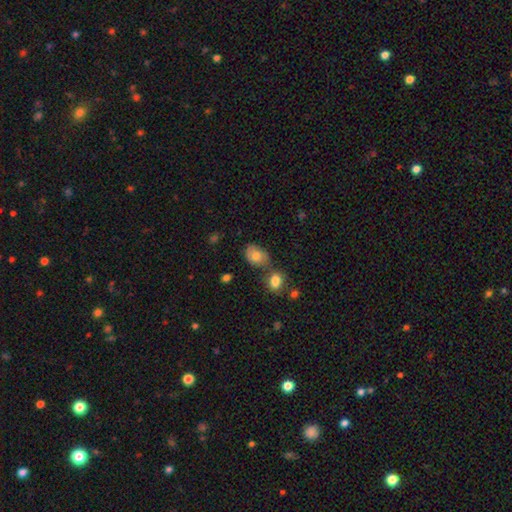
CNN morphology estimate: smooth_or_featured: smooth (p=0.77) [alt: featured or disk p=0.14]
how_rounded: in between (p=0.76) [alt: round p=0.22]
merging: none (p=0.48) [alt: merger p=0.25]